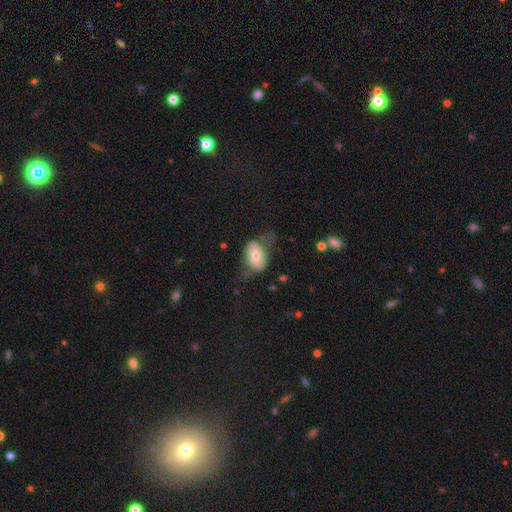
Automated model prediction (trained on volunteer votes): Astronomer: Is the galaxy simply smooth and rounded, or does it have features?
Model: smooth — 55% (runner-up: featured or disk, 37%).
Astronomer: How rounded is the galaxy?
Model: in between — 84%.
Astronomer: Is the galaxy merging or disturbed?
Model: none — 43% (runner-up: minor disturbance, 29%).